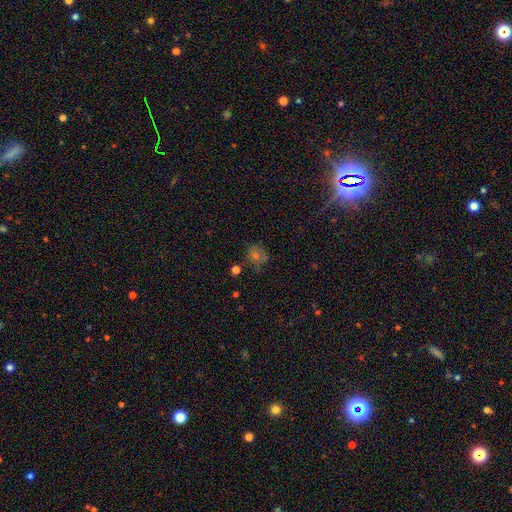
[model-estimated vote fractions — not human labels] Smooth or featured?
  - smooth: 47% *
  - star or artifact: 32%
  - featured or disk: 21%
Merging?
  - none: 68% *
  - minor disturbance: 18%
  - major disturbance: 9%
  - merger: 5%